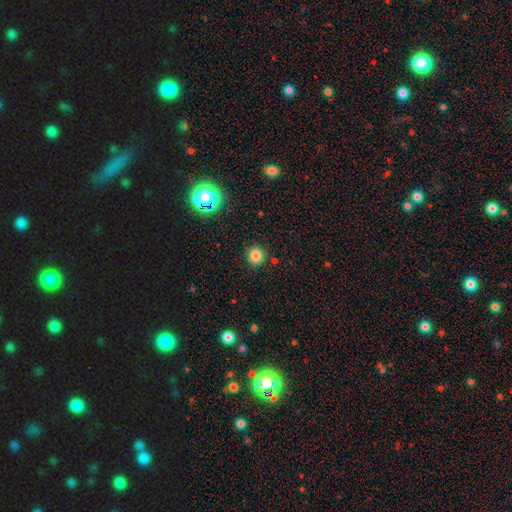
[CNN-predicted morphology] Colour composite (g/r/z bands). It shows a smooth galaxy with no disk features (80%) that is round (93%). Merging: none (88%).